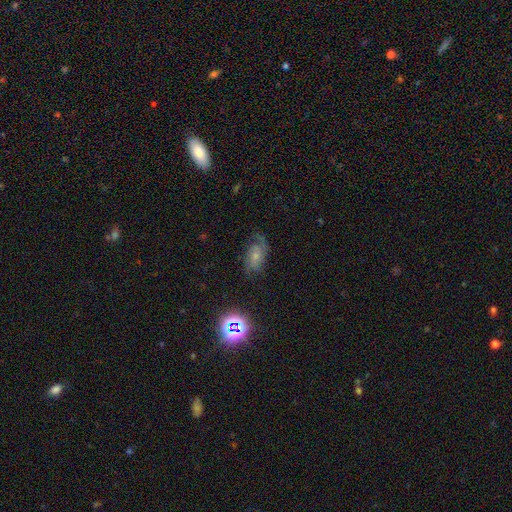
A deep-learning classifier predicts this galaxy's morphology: The model was most divided on "spiral winding": medium: 46%, loose: 28%, tight: 27%. More confident: edge-on disk — no (96%); spiral arms — yes (93%); smooth or featured — featured or disk (70%); bar — no (67%); merging — none (65%); bulge size — small (60%); spiral arm count — 2 (56%).